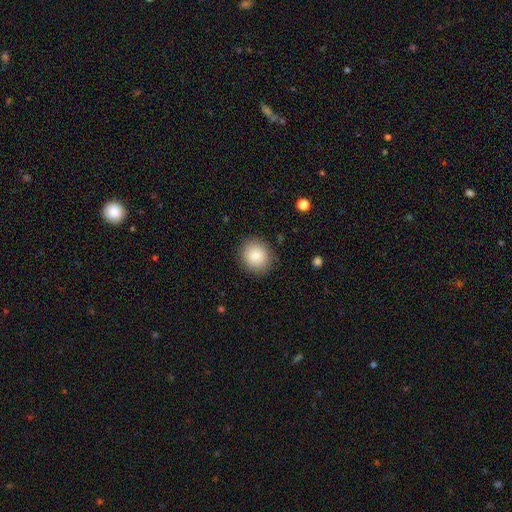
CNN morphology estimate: This is clearly a smooth galaxy (86%). How rounded: clearly round (83%). Merging: clearly none (88%).